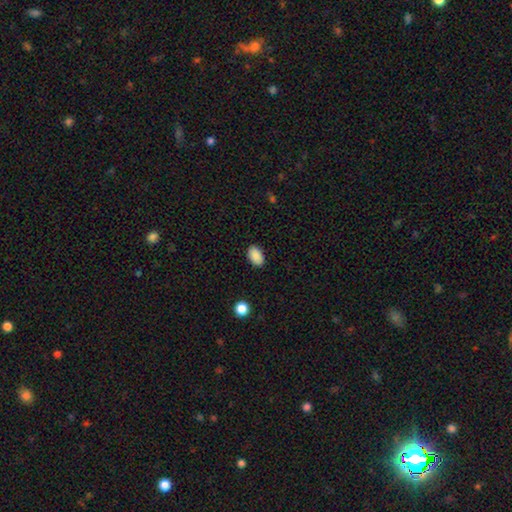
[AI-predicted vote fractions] Smooth or featured?
  - smooth: 89% *
  - star or artifact: 8%
  - featured or disk: 3%
How rounded?
  - in between: 91% *
  - round: 8%
  - cigar-shaped: 1%
Merging?
  - none: 88% *
  - minor disturbance: 9%
  - major disturbance: 2%
  - merger: 1%